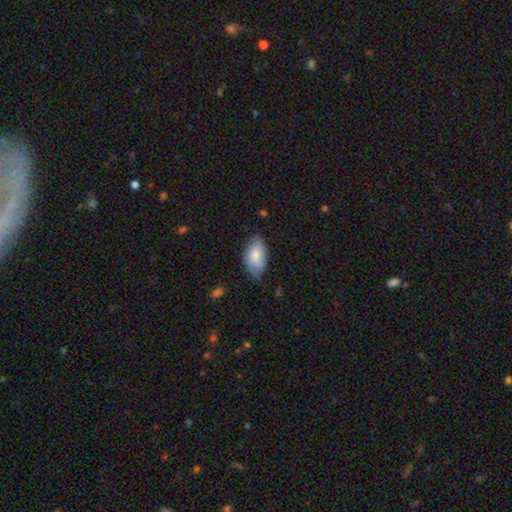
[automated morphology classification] smooth 78%, featured or disk 16%, star or artifact 6%. Down the decision tree: how rounded — in between (94%); merging — none (63%).